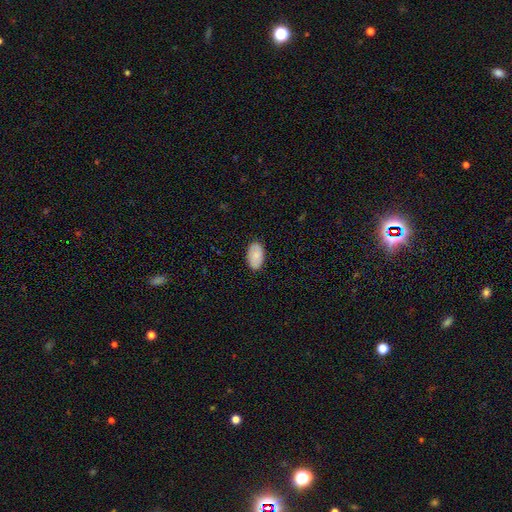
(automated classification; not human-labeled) Overall: smooth (81%). How rounded: in between (94%). Merging: none (87%).